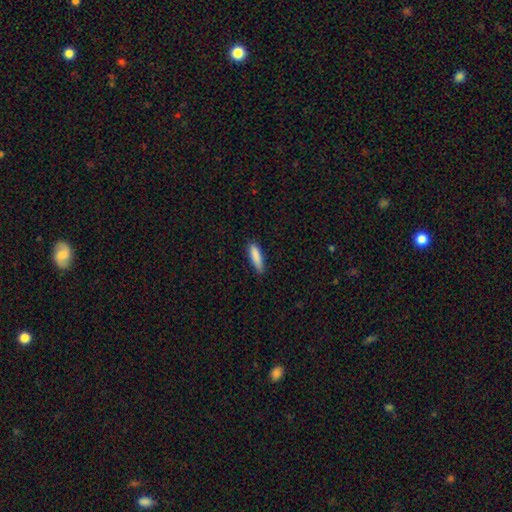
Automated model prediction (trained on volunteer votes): A smooth galaxy with no disk features (87%) that is cigar-shaped (66%).

Vote fractions:
- Smooth or featured? smooth: 87% / featured or disk: 7% / star or artifact: 6%
- How rounded? cigar-shaped: 66% / in between: 33% / round: 2%
- Merging? none: 77% / minor disturbance: 19% / major disturbance: 3% / merger: 1%